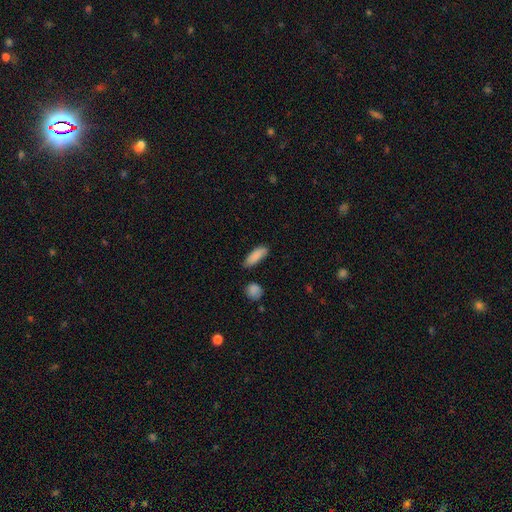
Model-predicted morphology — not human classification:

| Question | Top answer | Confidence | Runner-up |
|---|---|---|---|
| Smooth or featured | smooth | 87% | star or artifact (7%) |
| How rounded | in between | 61% | cigar-shaped (37%) |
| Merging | none | 79% | minor disturbance (15%) |